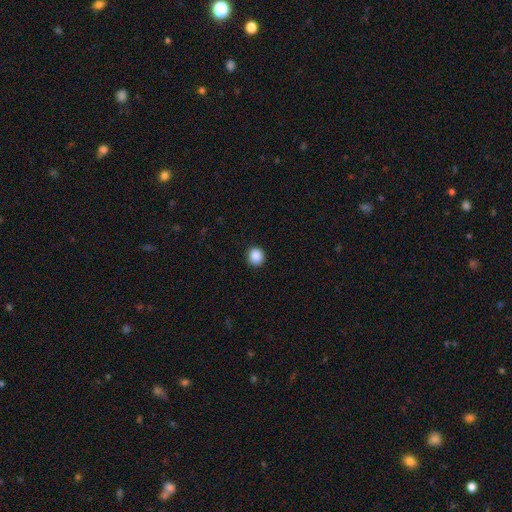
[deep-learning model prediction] A smooth galaxy with no disk features (88%) that is round (87%).

Vote fractions:
- Smooth or featured? smooth: 88% / star or artifact: 9% / featured or disk: 2%
- How rounded? round: 87% / in between: 12% / cigar-shaped: 1%
- Merging? none: 91% / minor disturbance: 6% / major disturbance: 2% / merger: 1%